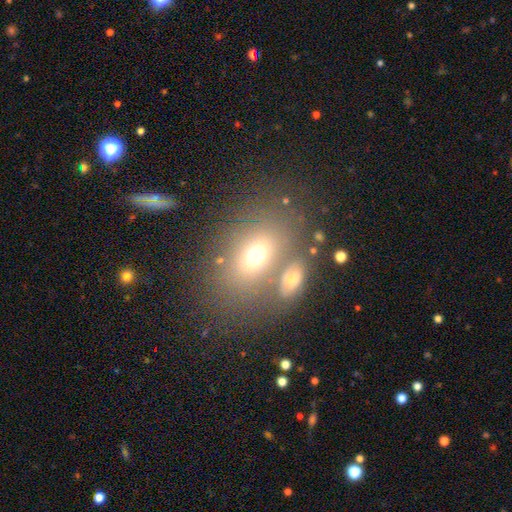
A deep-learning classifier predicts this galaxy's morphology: Smooth or featured? Predicted: smooth (p=0.67). How rounded? Predicted: in between (p=0.74). Merging? Predicted: none (p=0.56).